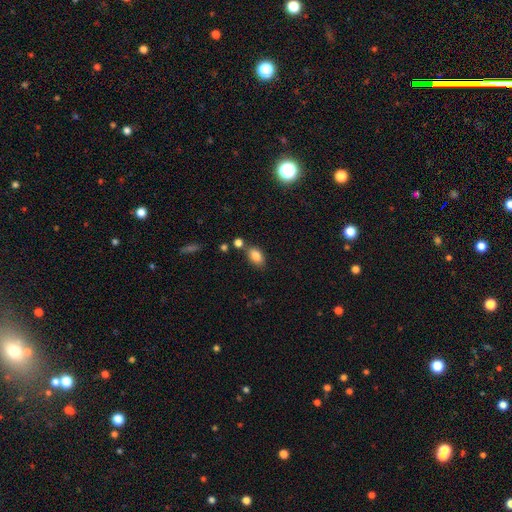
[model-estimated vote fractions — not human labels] Smooth or featured? Predicted: smooth (p=0.84). How rounded? Predicted: in between (p=0.89). Merging? Predicted: none (p=0.71).